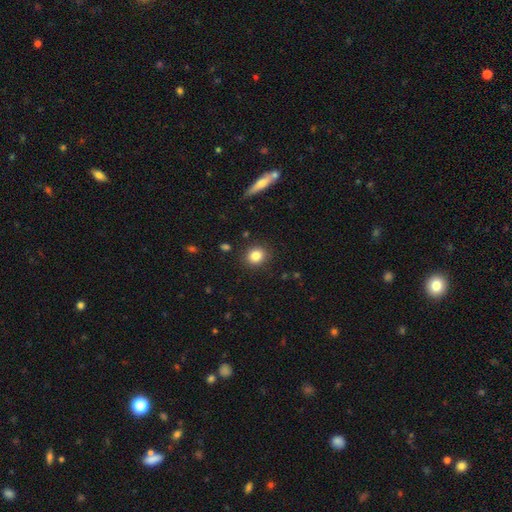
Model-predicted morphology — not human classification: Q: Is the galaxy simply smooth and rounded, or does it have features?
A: smooth — 84%.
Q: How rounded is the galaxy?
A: round — 78%.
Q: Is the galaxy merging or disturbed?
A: none — 89%.